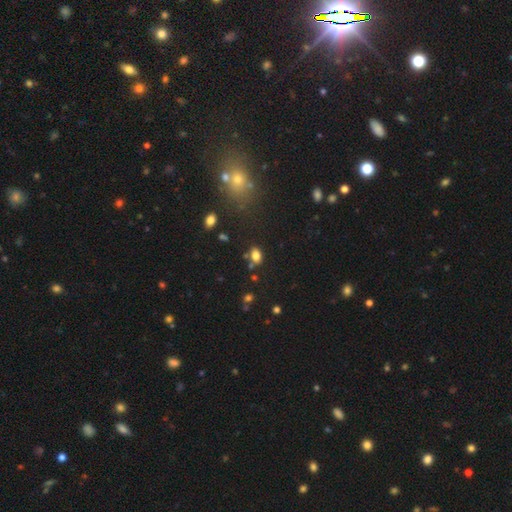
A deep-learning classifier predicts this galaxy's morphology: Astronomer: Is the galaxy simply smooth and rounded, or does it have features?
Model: smooth — 79%.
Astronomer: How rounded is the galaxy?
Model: in between — 79%.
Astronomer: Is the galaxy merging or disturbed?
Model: none — 71%.